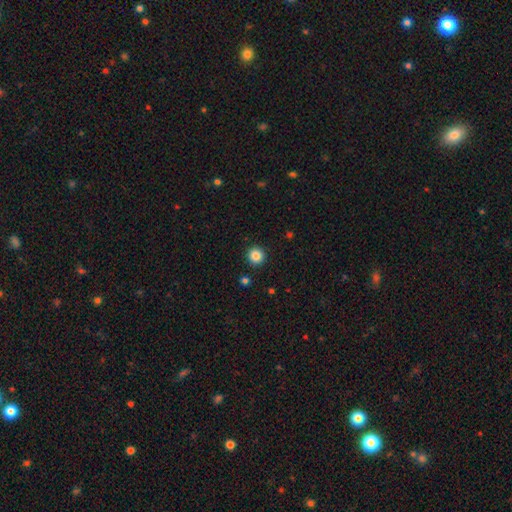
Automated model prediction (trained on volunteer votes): This appears to be a smooth galaxy with no disk features (85%) that is round (95%). Merging: none (92%).